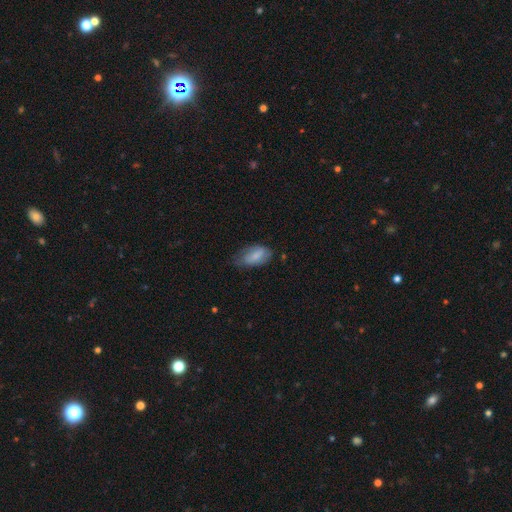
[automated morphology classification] smooth 79%, featured or disk 14%, star or artifact 7%. Down the decision tree: how rounded — in between (91%); merging — none (51%).